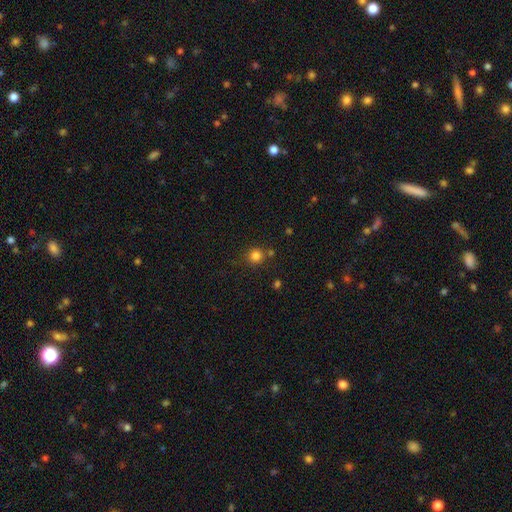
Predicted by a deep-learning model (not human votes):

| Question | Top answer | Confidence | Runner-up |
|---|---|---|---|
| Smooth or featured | smooth | 82% | star or artifact (13%) |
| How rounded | round | 93% | in between (6%) |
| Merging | none | 79% | merger (9%) |